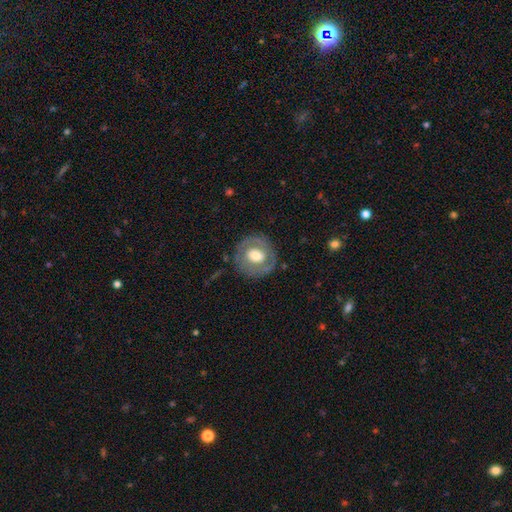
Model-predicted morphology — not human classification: type=featured or disk (52%); edge-on=no (96%); merging=none (79%).